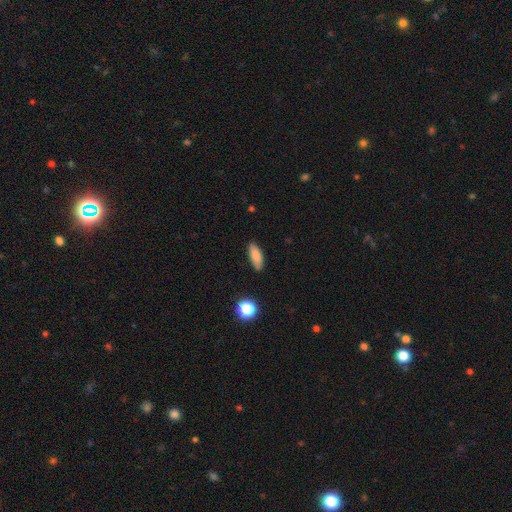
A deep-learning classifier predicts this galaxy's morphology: smooth-or-featured: smooth: 84% | star or artifact: 9% | featured or disk: 8%
  how-rounded: in between: 73% | cigar-shaped: 24% | round: 3%
  merging: none: 83% | minor disturbance: 13% | major disturbance: 2% | merger: 2%